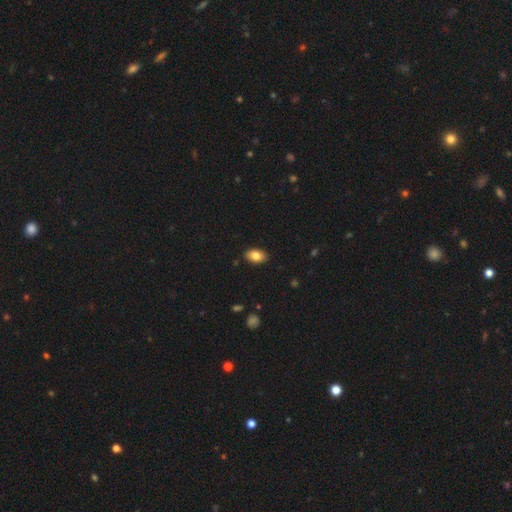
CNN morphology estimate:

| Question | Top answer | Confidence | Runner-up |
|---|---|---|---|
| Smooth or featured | smooth | 84% | featured or disk (9%) |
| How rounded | in between | 91% | round (8%) |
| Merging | none | 88% | minor disturbance (9%) |